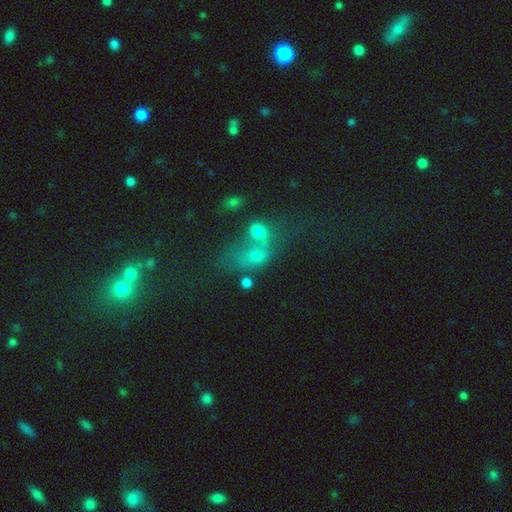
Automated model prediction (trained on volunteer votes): smooth_or_featured: smooth (p=0.56) [alt: featured or disk p=0.23]
how_rounded: in between (p=0.65) [alt: round p=0.32]
merging: merger (p=0.63) [alt: none p=0.16]